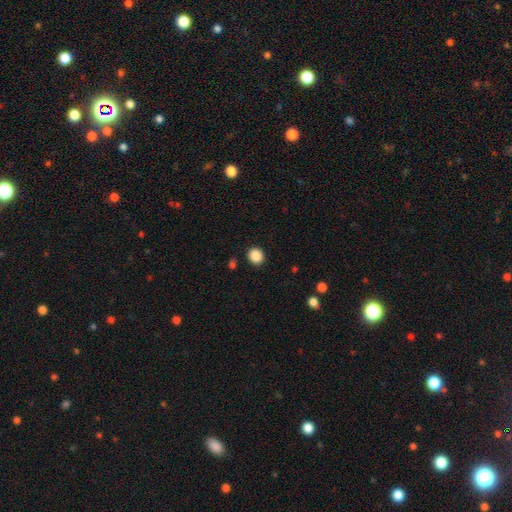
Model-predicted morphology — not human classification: A smooth galaxy with no disk features (88%) that is round (80%). Merging: none (90%).